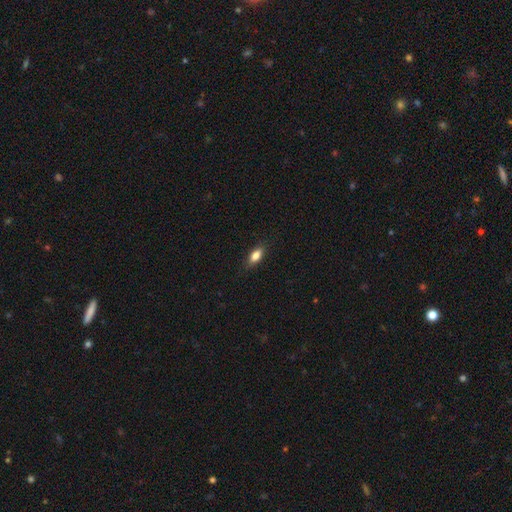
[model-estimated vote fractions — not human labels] Smooth or featured: smooth — 82% (featured or disk — 10%)
How rounded: in between — 80% (cigar-shaped — 15%)
Merging: none — 85% (minor disturbance — 11%)